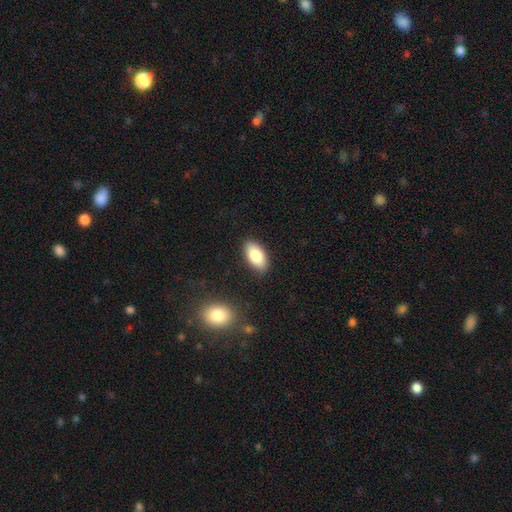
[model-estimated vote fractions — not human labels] This is clearly a smooth galaxy (82%). How rounded: clearly in between (93%). Merging: clearly none (88%).